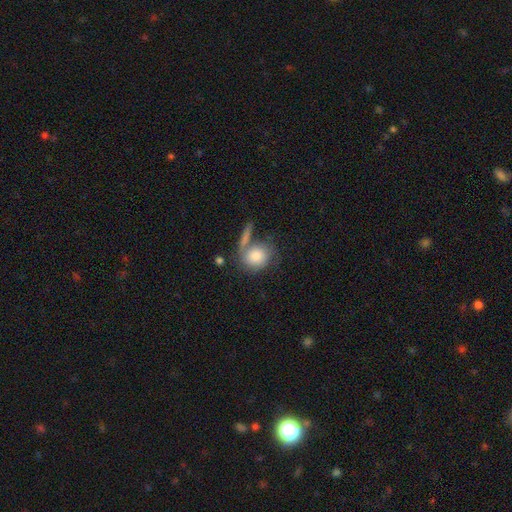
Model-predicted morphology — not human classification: Smooth or featured?
  - smooth: 78% *
  - featured or disk: 15%
  - star or artifact: 7%
How rounded?
  - round: 70% *
  - in between: 27%
  - cigar-shaped: 2%
Merging?
  - none: 45% *
  - merger: 28%
  - minor disturbance: 15%
  - major disturbance: 12%